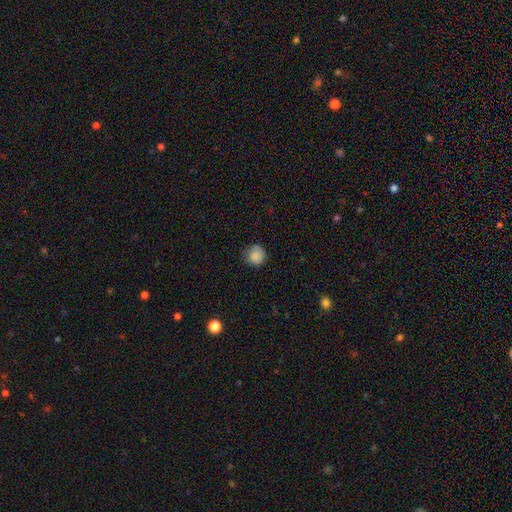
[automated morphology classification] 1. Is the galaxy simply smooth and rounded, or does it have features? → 85% smooth, 9% star or artifact, 6% featured or disk.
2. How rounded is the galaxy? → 90% round, 9% in between, 1% cigar-shaped.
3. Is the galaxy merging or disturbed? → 75% none, 20% minor disturbance, 4% major disturbance, 1% merger.